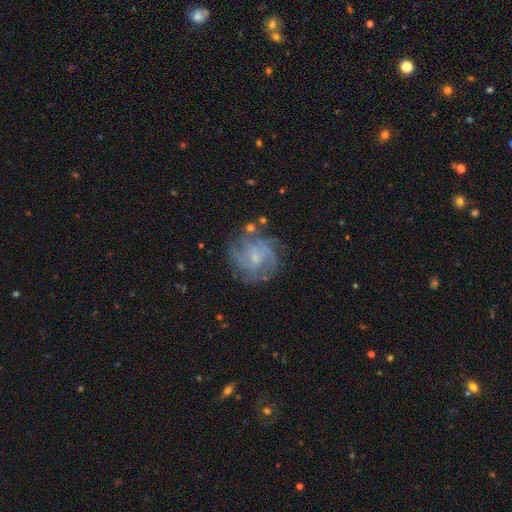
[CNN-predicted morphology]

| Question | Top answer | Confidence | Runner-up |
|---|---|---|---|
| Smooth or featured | featured or disk | 80% | smooth (12%) |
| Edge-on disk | no | 98% | yes (2%) |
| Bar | no | 59% | weak (36%) |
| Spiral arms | yes | 93% | no (7%) |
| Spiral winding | tight | 47% | medium (41%) |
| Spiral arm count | can't tell | 29% | 3 (25%) |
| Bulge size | small | 70% | moderate (18%) |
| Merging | none | 71% | minor disturbance (17%) |